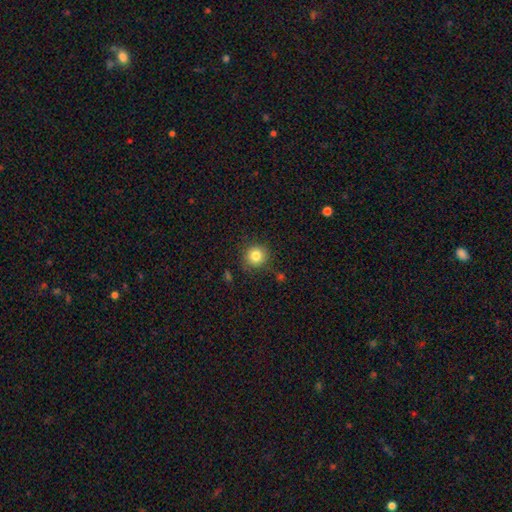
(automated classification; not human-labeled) The model was most divided on "smooth or featured": smooth: 83%, star or artifact: 11%, featured or disk: 6%. More confident: how rounded — round (93%); merging — none (86%).